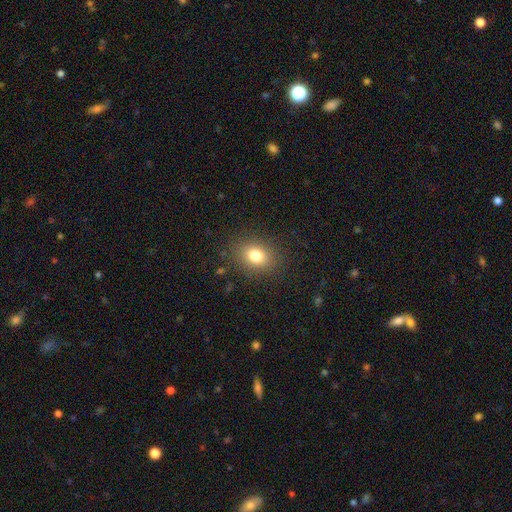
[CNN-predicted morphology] Overall: smooth (79%). How rounded: in between (61%; round 38%). Merging: none (86%).